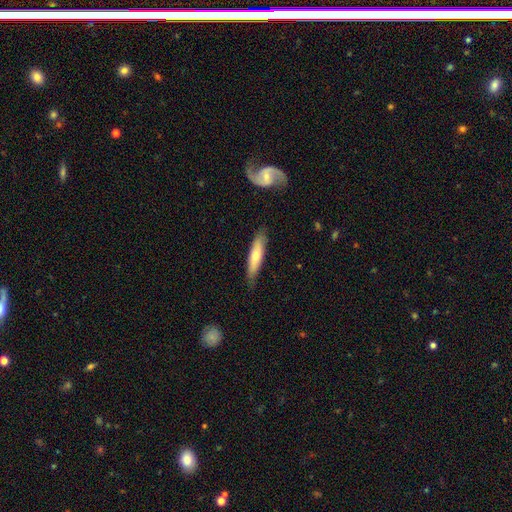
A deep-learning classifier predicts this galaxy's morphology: Smooth or featured?
  - smooth: 64% *
  - featured or disk: 30%
  - star or artifact: 6%
How rounded?
  - cigar-shaped: 73% *
  - in between: 25%
  - round: 2%
Merging?
  - none: 81% *
  - minor disturbance: 15%
  - major disturbance: 3%
  - merger: 1%